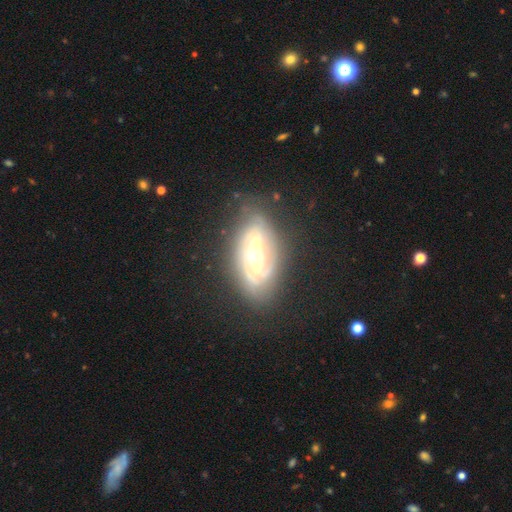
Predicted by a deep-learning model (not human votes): smooth_or_featured: featured or disk (p=0.85) [alt: smooth p=0.09]
disk_edge_on: no (p=0.92) [alt: yes p=0.08]
bar: strong (p=0.41) [alt: weak p=0.34]
has_spiral_arms: yes (p=0.90) [alt: no p=0.10]
spiral_winding: tight (p=0.64) [alt: medium p=0.28]
spiral_arm_count: 2 (p=0.49) [alt: can't tell p=0.24]
bulge_size: moderate (p=0.68) [alt: small p=0.15]
merging: none (p=0.70) [alt: minor disturbance p=0.20]